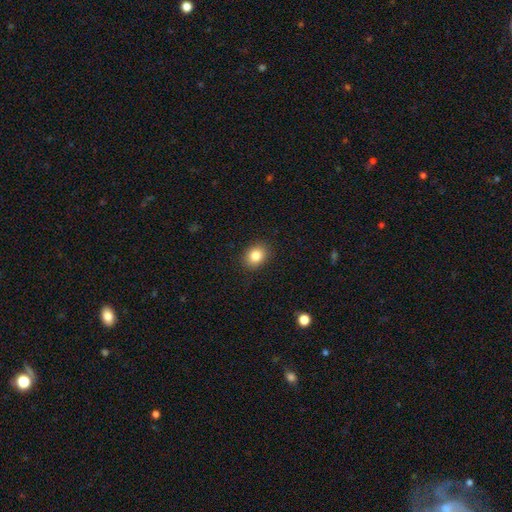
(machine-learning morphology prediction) A smooth galaxy with no disk features (83%) that is round (50%). Merging: none (89%).